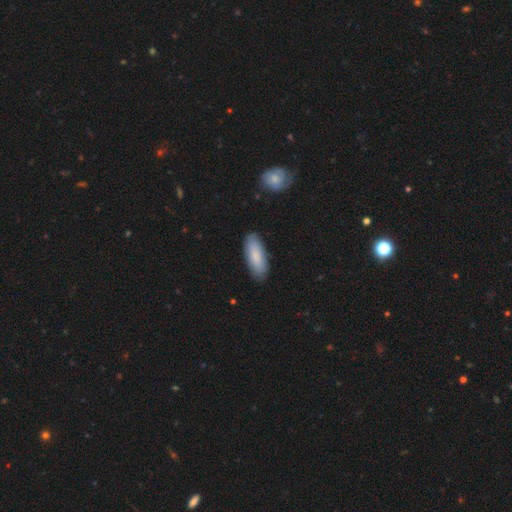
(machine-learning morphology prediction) Smooth or featured? Predicted: smooth (p=0.85). How rounded? Predicted: in between (p=0.73). Merging? Predicted: none (p=0.85).